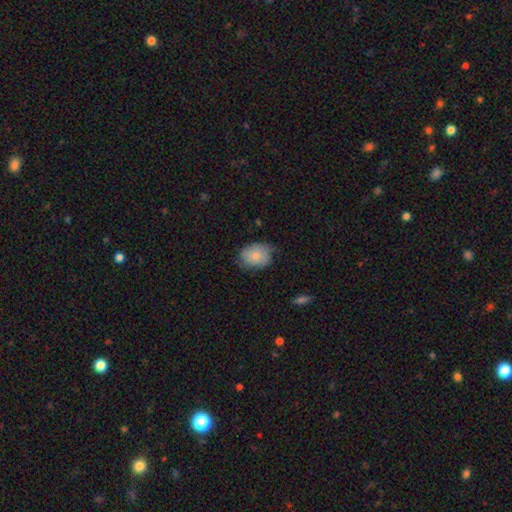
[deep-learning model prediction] This appears to be a smooth galaxy with no disk features (75%) that is in between round and cigar-shaped (63%). Merging: none (61%).